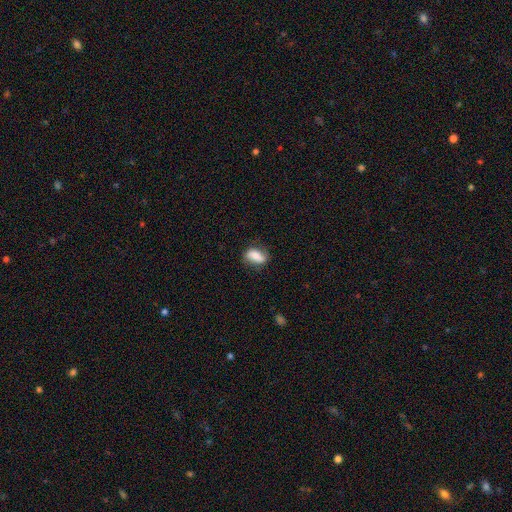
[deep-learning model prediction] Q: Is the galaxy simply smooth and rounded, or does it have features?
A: smooth — 69%.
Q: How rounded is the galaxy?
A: in between — 84%.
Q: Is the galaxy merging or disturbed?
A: none — 74%.